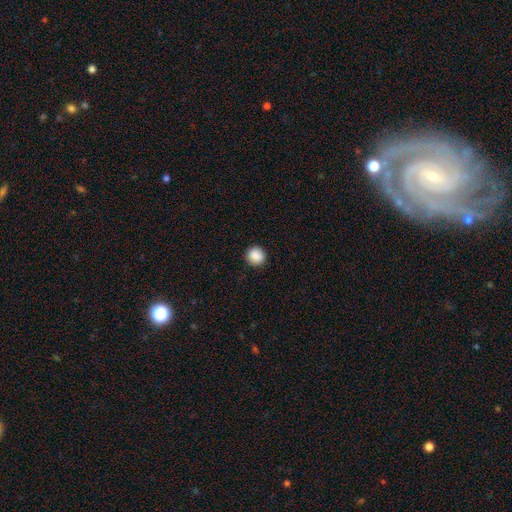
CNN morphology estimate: The model was most divided on "smooth or featured": smooth: 89%, star or artifact: 8%, featured or disk: 3%. More confident: how rounded — round (93%); merging — none (91%).